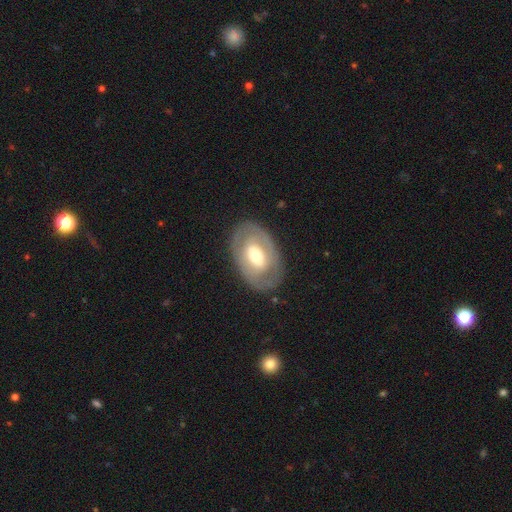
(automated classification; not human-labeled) This appears to be a featured or disk galaxy (58%) with no bar (53%), no spiral arms (70%) and a moderate central bulge (59%). Merging: none (80%).